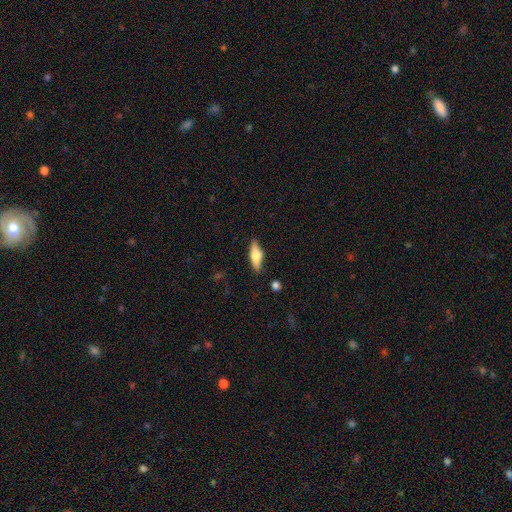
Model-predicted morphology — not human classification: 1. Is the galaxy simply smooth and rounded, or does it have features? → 58% smooth, 35% featured or disk, 6% star or artifact.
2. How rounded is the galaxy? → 55% in between, 42% cigar-shaped, 3% round.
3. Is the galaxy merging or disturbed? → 85% none, 11% minor disturbance, 2% major disturbance, 2% merger.